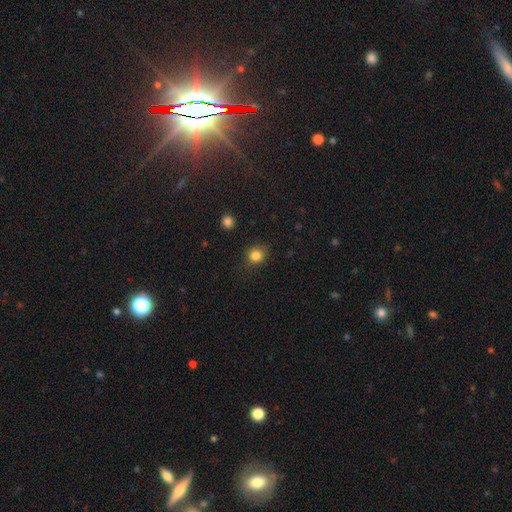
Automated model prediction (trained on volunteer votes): This appears to be a smooth galaxy with no disk features (83%) that is round (85%). Merging: none (85%).